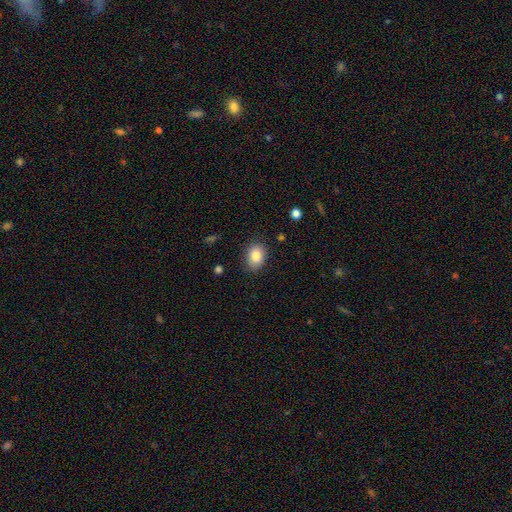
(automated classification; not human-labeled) Smooth or featured: smooth — 86% (star or artifact — 8%)
How rounded: in between — 77% (round — 22%)
Merging: none — 84% (minor disturbance — 12%)